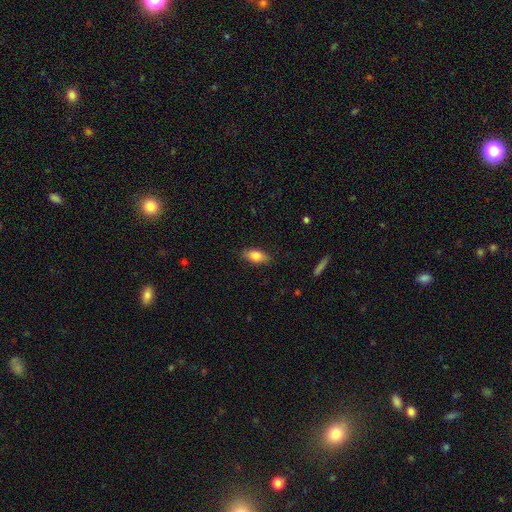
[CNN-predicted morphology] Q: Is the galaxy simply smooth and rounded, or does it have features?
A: smooth — 84%.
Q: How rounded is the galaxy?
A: in between — 87%.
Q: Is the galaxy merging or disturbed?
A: none — 84%.